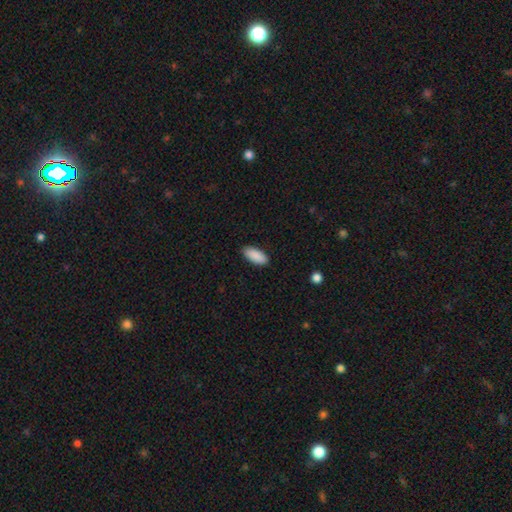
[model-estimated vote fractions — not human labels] This appears to be a smooth galaxy with no disk features (91%) that is in between round and cigar-shaped (87%). Merging: none (89%).